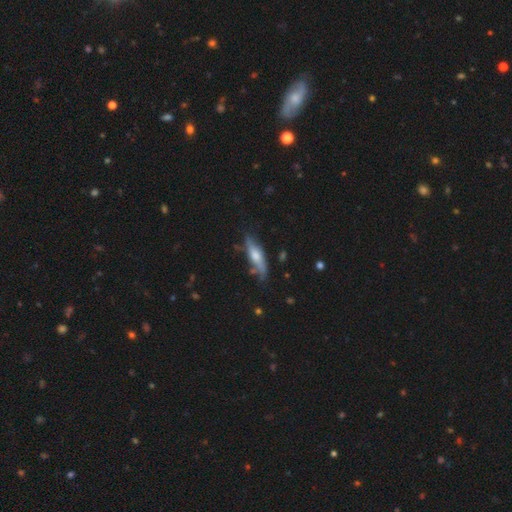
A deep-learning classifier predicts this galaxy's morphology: The model was most divided on "smooth or featured": smooth: 48%, featured or disk: 46%, star or artifact: 6%. More confident: merging — none (68%).